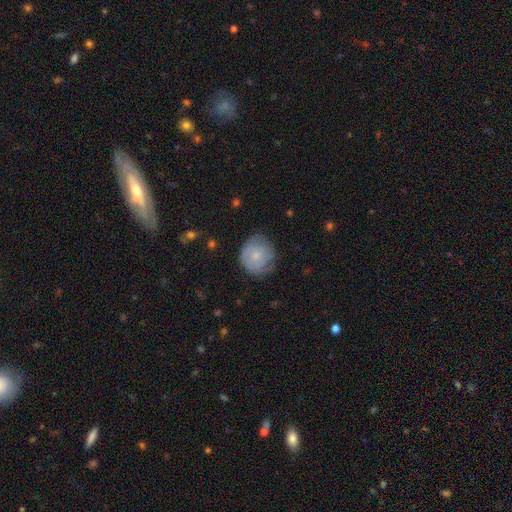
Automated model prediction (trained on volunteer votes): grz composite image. It shows a smooth galaxy with no disk features (63%) that is round (86%). Merging: none (60%).